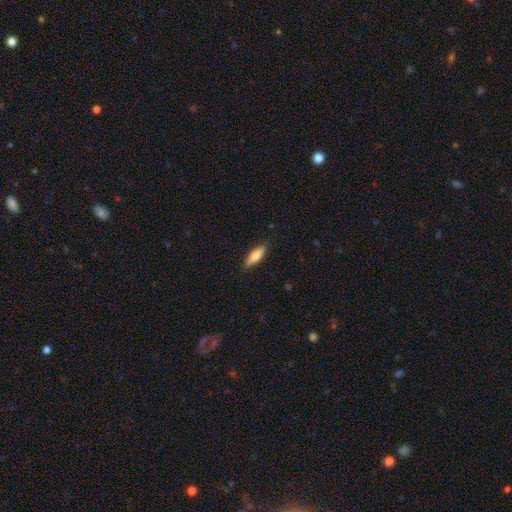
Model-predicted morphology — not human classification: smooth 74%, featured or disk 20%, star or artifact 6%. Down the decision tree: how rounded — cigar-shaped (62%); merging — none (86%).